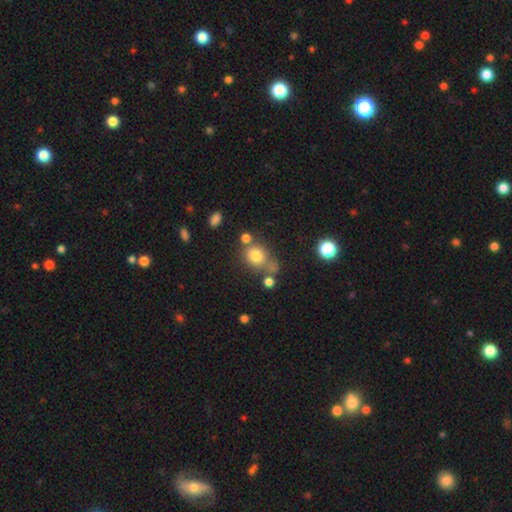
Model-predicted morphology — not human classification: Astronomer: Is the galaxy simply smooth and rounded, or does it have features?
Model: smooth — 76%.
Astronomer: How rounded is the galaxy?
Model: round — 72%.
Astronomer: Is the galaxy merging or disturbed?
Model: none — 52%.